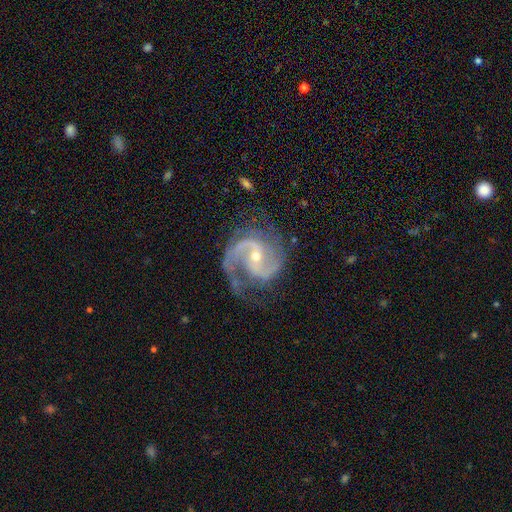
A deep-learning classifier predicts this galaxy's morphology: The model was most divided on "bar": weak: 40%, no: 38%, strong: 22%. More confident: spiral arms — yes (98%); edge-on disk — no (98%); smooth or featured — featured or disk (92%); spiral arm count — 2 (88%); merging — none (67%); bulge size — small (61%); spiral winding — medium (61%).